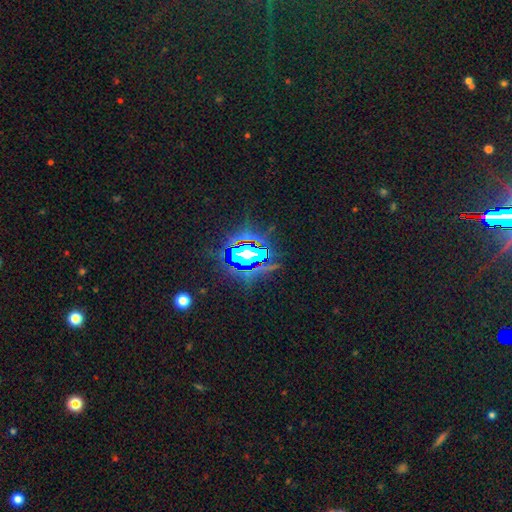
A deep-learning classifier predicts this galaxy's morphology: The model was most divided on "smooth or featured": star or artifact: 76%, smooth: 13%, featured or disk: 11%.